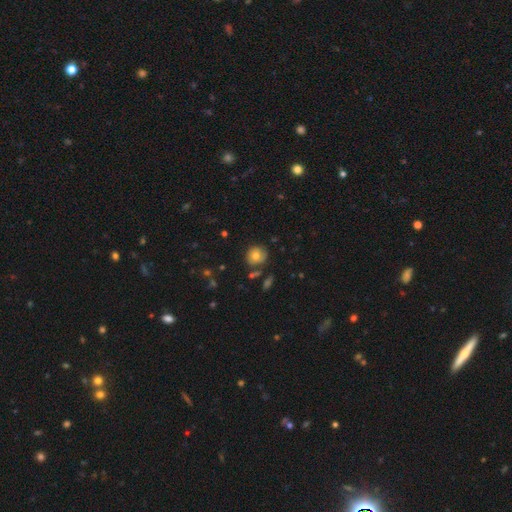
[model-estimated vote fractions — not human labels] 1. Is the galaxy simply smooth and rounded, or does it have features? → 71% smooth, 19% featured or disk, 11% star or artifact.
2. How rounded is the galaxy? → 88% round, 11% in between, 1% cigar-shaped.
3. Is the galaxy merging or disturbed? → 77% none, 14% minor disturbance, 5% merger, 4% major disturbance.